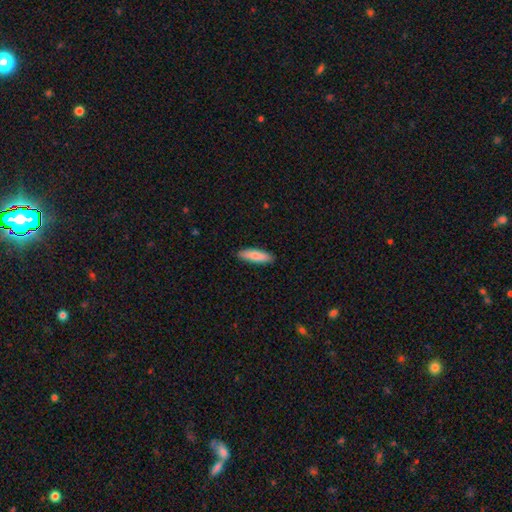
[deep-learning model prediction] smooth-or-featured: smooth: 82% | featured or disk: 13% | star or artifact: 5%
  how-rounded: cigar-shaped: 58% | in between: 41% | round: 2%
  merging: none: 89% | minor disturbance: 8% | major disturbance: 2% | merger: 1%